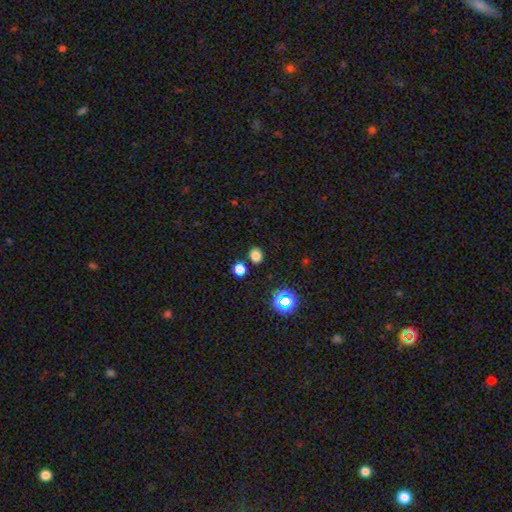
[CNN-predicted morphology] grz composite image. It shows a smooth galaxy with no disk features (78%) that is round (67%). Merging: none (82%).